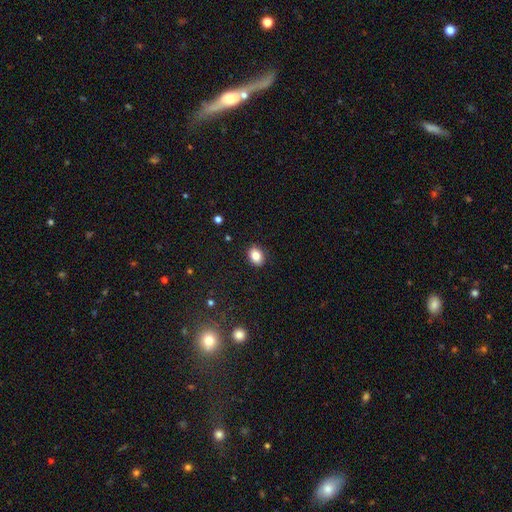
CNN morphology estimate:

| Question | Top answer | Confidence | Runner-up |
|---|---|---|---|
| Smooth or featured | smooth | 84% | star or artifact (9%) |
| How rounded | in between | 68% | round (31%) |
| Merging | none | 89% | minor disturbance (8%) |